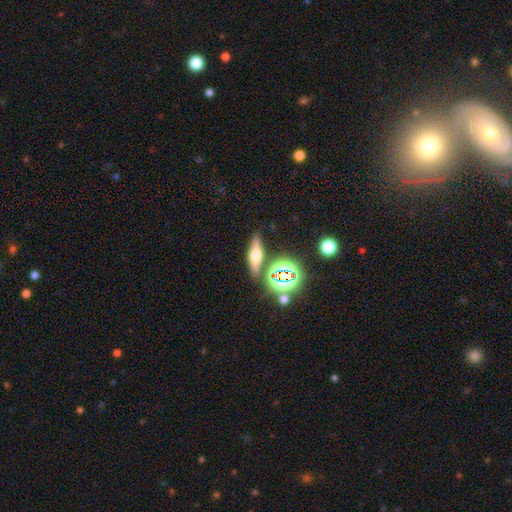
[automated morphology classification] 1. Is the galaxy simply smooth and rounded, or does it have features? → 42% smooth, 37% featured or disk, 21% star or artifact.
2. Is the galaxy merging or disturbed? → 81% none, 9% minor disturbance, 7% merger, 3% major disturbance.